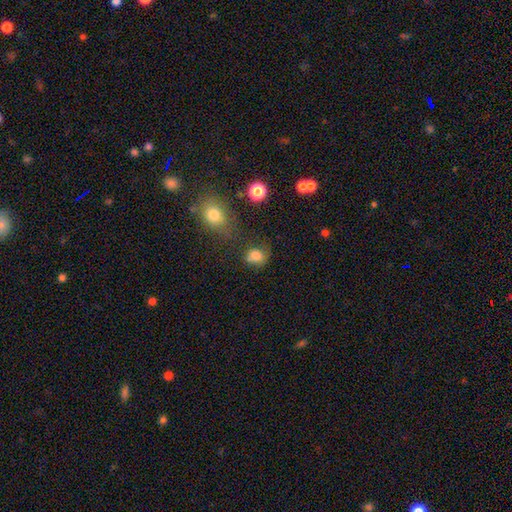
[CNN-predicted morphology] Smooth or featured: smooth — 79% (star or artifact — 13%)
How rounded: round — 63% (in between — 36%)
Merging: none — 55% (minor disturbance — 24%)